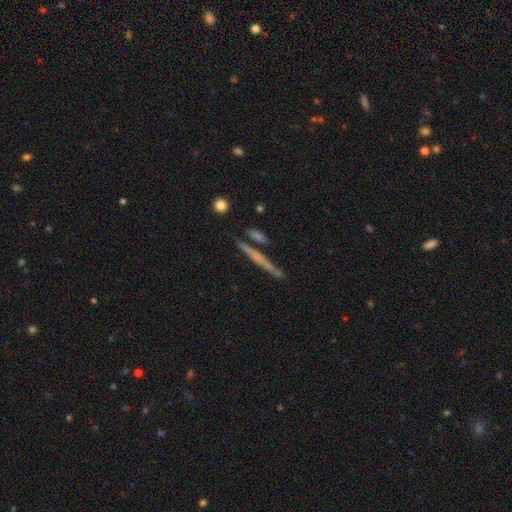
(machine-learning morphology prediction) smooth-or-featured: featured or disk: 58% | smooth: 33% | star or artifact: 8%
  disk-edge-on: yes: 95% | no: 5%
    edge-on-bulge: none: 64% | rounded: 28% | boxy: 8%
  merging: none: 80% | minor disturbance: 10% | merger: 7% | major disturbance: 3%